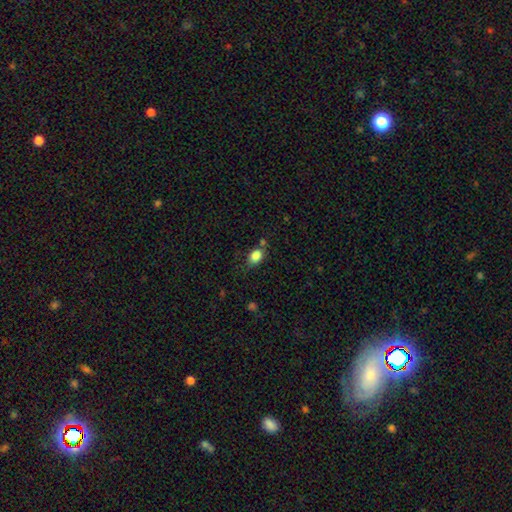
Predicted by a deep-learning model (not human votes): Overall: smooth (85%). How rounded: in between (72%). Merging: none (64%).